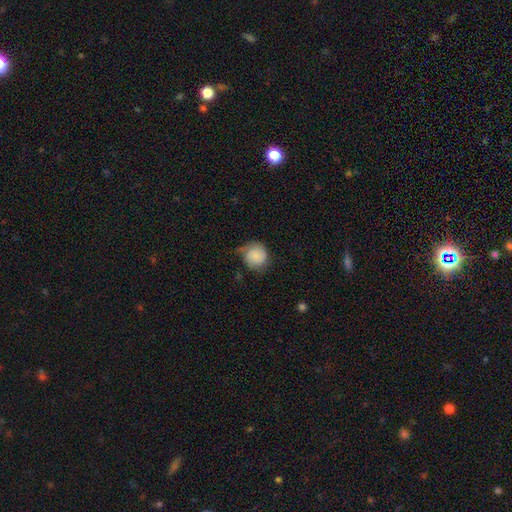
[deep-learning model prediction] smooth-or-featured: smooth: 76% | featured or disk: 17% | star or artifact: 7%
  how-rounded: round: 85% | in between: 14% | cigar-shaped: 1%
  merging: none: 46% | minor disturbance: 38% | major disturbance: 14% | merger: 2%